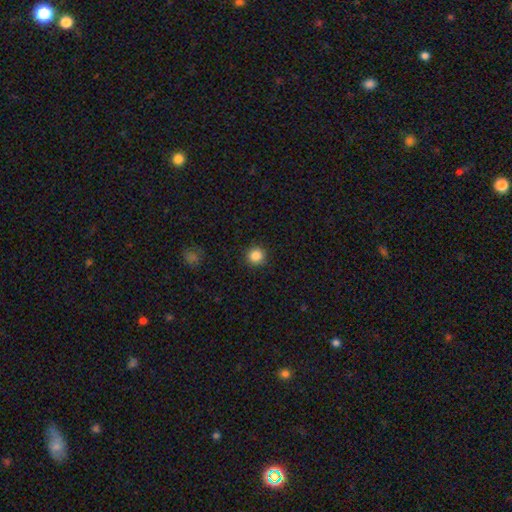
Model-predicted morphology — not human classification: smooth 86%, star or artifact 10%, featured or disk 3%. Down the decision tree: how rounded — round (95%); merging — none (92%).